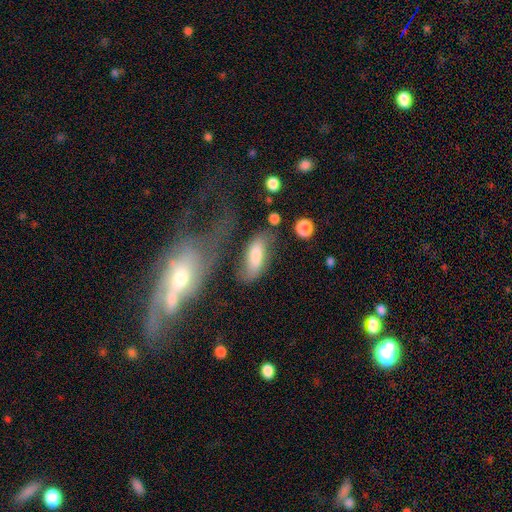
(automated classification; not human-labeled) The model was most divided on "merging": none: 50%, minor disturbance: 24%, major disturbance: 14%, merger: 12%. More confident: how rounded — in between (75%); smooth or featured — smooth (73%).